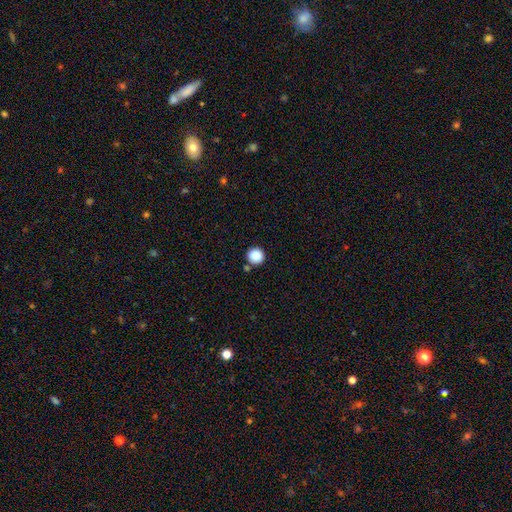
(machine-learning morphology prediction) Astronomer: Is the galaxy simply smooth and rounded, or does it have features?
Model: smooth — 88%.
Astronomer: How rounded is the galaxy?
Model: round — 95%.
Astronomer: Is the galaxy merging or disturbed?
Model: none — 85%.